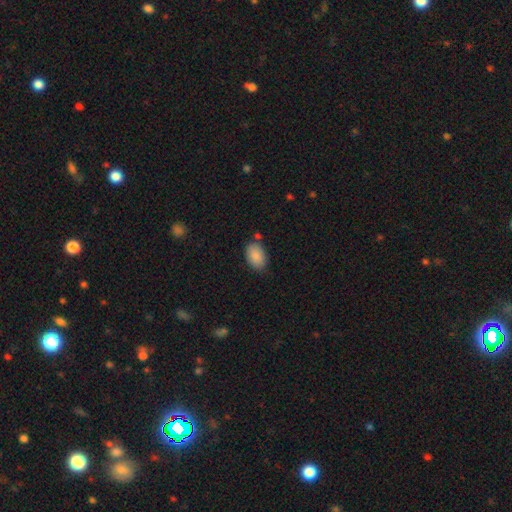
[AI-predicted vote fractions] smooth-or-featured: smooth: 88% | star or artifact: 7% | featured or disk: 5%
  how-rounded: in between: 91% | round: 8% | cigar-shaped: 1%
  merging: none: 75% | minor disturbance: 17% | merger: 4% | major disturbance: 3%